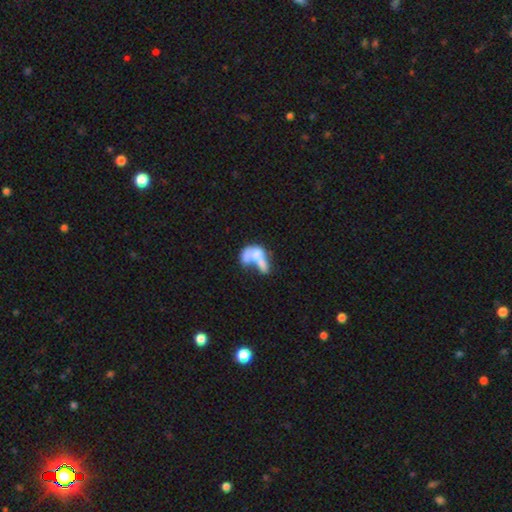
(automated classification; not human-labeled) A smooth galaxy with no disk features (48%). Merging: merger (55%).